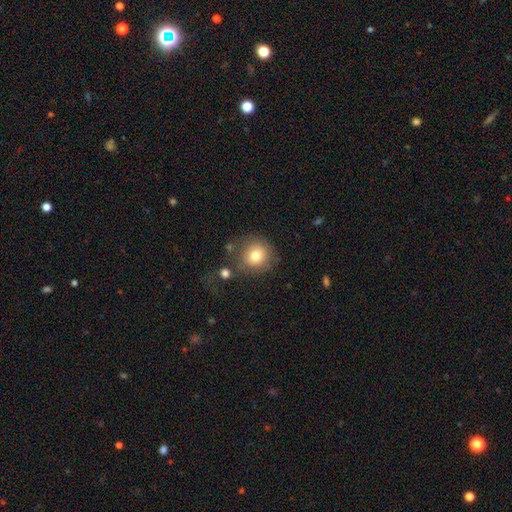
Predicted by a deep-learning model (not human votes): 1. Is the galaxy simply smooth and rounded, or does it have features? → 78% smooth, 13% featured or disk, 9% star or artifact.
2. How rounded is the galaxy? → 89% round, 10% in between, 1% cigar-shaped.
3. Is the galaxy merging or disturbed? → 68% none, 15% minor disturbance, 9% major disturbance, 7% merger.